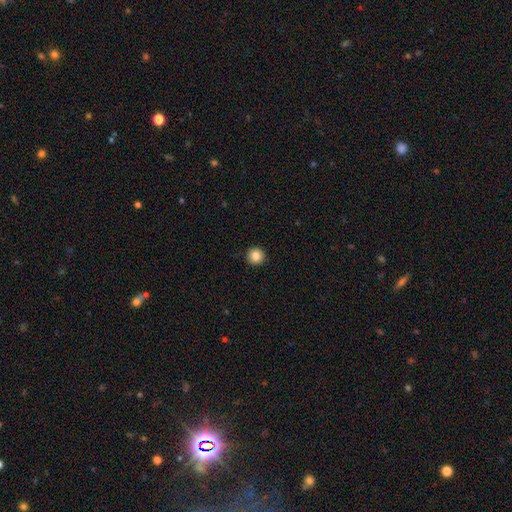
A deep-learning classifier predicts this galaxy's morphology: A smooth galaxy with no disk features (86%) that is round (95%).

Vote fractions:
- Smooth or featured? smooth: 86% / star or artifact: 10% / featured or disk: 4%
- How rounded? round: 95% / in between: 4% / cigar-shaped: 1%
- Merging? none: 93% / minor disturbance: 5% / major disturbance: 2% / merger: 1%